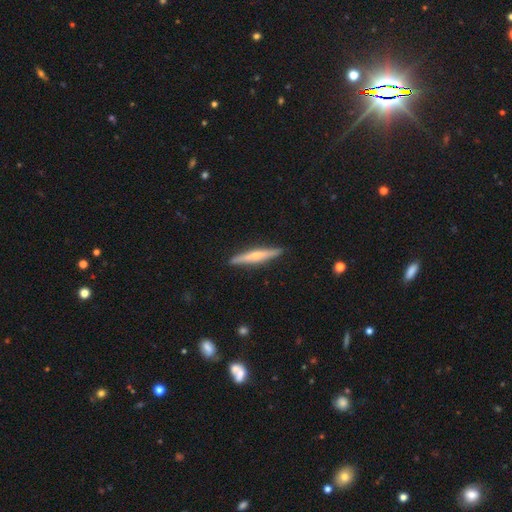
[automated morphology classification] A featured or disk galaxy (55%) viewed edge-on (96%) with a rounded central bulge (71%).

Vote fractions:
- Smooth or featured? featured or disk: 55% / smooth: 40% / star or artifact: 5%
- Edge-on disk? yes: 96% / no: 4%
- Edge-on bulge? rounded: 71% / none: 21% / boxy: 7%
- Merging? none: 91% / minor disturbance: 7% / major disturbance: 1% / merger: 1%